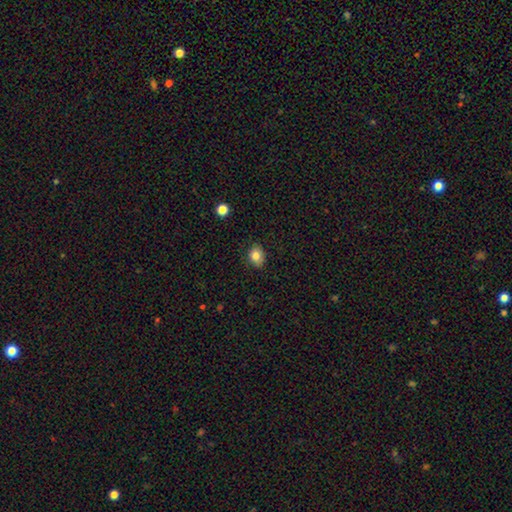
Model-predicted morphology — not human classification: Smooth or featured? Predicted: smooth (p=0.83). How rounded? Predicted: in between (p=0.56). Merging? Predicted: none (p=0.83).